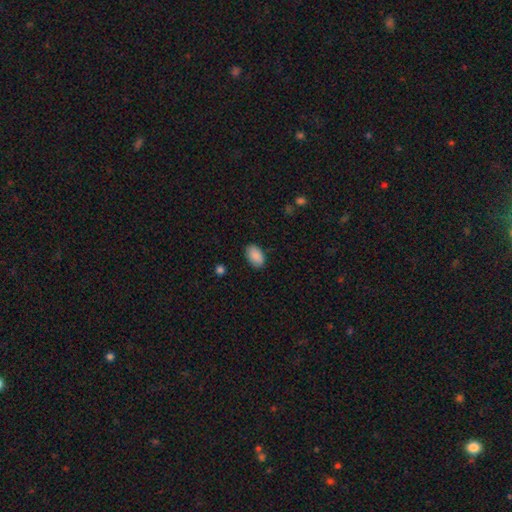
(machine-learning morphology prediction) smooth-or-featured: smooth: 90% | star or artifact: 7% | featured or disk: 4%
  how-rounded: in between: 93% | round: 6% | cigar-shaped: 1%
  merging: none: 85% | minor disturbance: 12% | major disturbance: 3% | merger: 1%